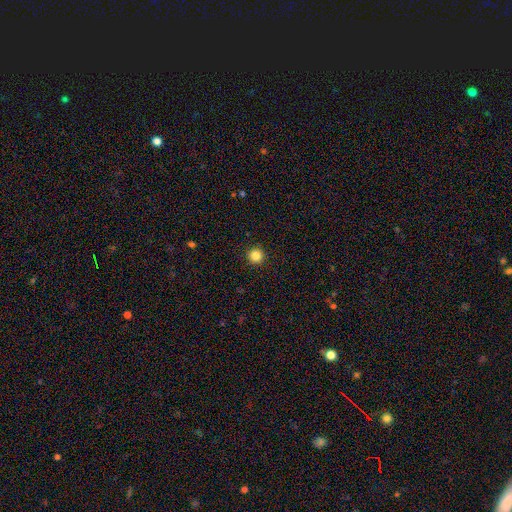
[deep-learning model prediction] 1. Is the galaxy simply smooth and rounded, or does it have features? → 85% smooth, 11% star or artifact, 4% featured or disk.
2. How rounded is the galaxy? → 96% round, 3% in between, 1% cigar-shaped.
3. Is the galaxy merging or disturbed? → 93% none, 4% minor disturbance, 2% major disturbance, 1% merger.